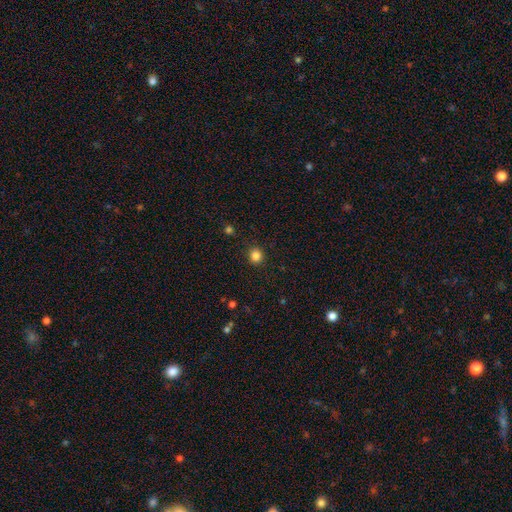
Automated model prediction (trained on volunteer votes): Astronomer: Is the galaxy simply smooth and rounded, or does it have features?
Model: smooth — 83%.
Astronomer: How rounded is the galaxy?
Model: round — 90%.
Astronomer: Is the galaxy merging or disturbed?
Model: none — 90%.